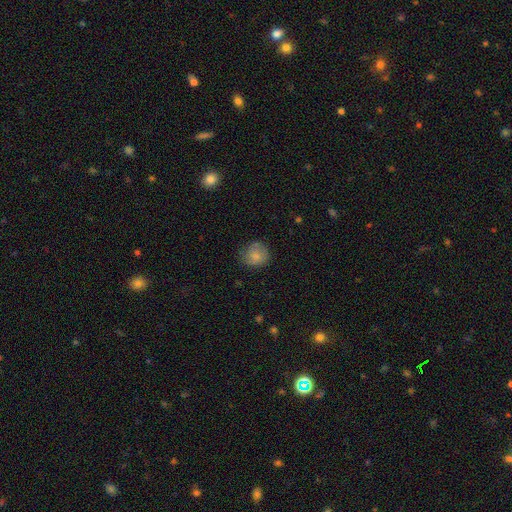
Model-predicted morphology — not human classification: Smooth or featured: smooth — 80% (featured or disk — 11%)
How rounded: round — 84% (in between — 15%)
Merging: none — 71% (minor disturbance — 21%)